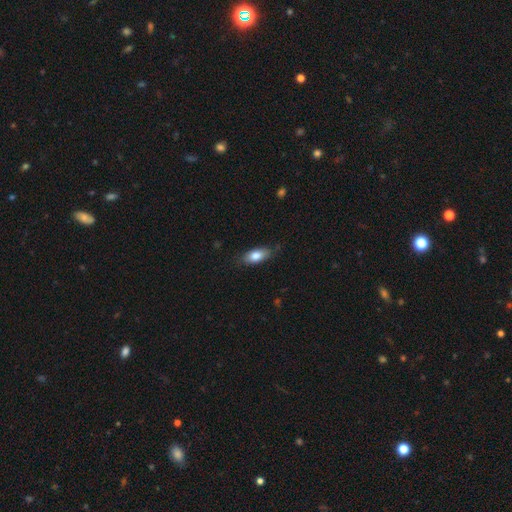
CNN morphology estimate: smooth-or-featured: smooth: 80% | featured or disk: 14% | star or artifact: 6%
  how-rounded: in between: 82% | cigar-shaped: 14% | round: 4%
  merging: none: 76% | minor disturbance: 19% | major disturbance: 4% | merger: 1%